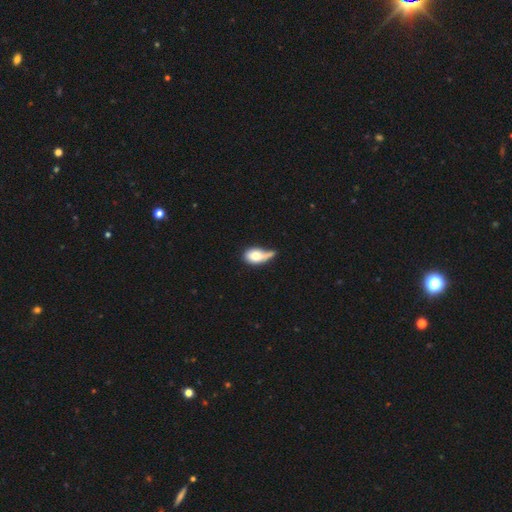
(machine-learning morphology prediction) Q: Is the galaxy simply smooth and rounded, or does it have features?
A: smooth — 70%.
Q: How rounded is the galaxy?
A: in between — 80%.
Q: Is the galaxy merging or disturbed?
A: major disturbance — 29%.